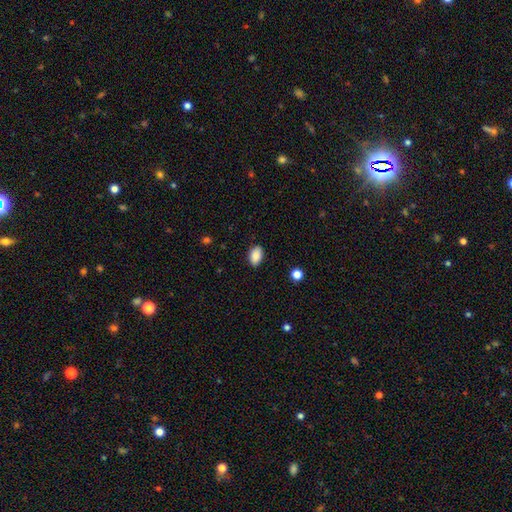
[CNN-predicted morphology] Smooth or featured: smooth — 89% (star or artifact — 7%)
How rounded: in between — 92% (round — 7%)
Merging: none — 87% (minor disturbance — 10%)